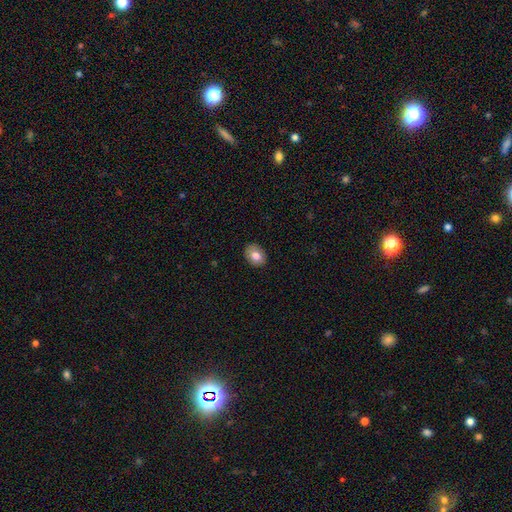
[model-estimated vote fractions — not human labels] Overall: smooth (80%). How rounded: in between (66%; round 33%). Merging: none (87%).